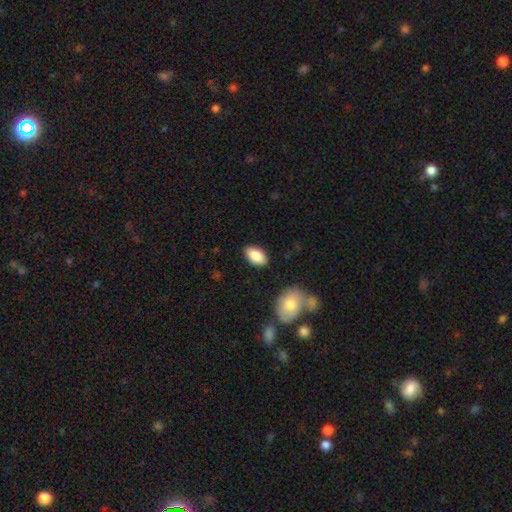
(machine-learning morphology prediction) The model was most divided on "merging": none: 87%, minor disturbance: 9%, merger: 2%, major disturbance: 2%. More confident: how rounded — in between (94%); smooth or featured — smooth (86%).